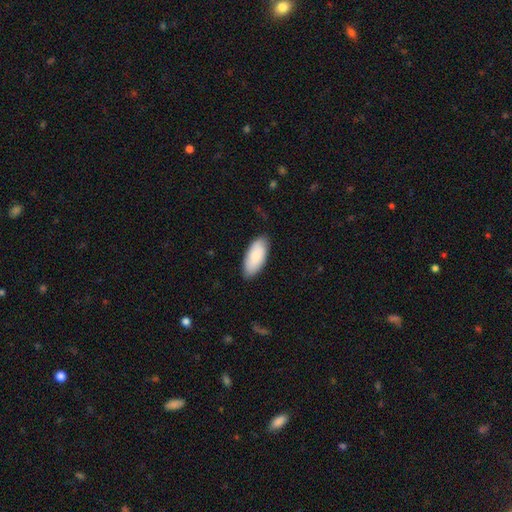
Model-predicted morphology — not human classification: Overall: smooth (84%). How rounded: in between (90%). Merging: none (81%).